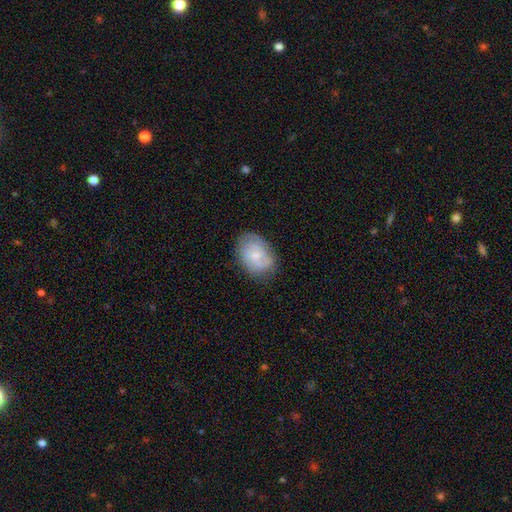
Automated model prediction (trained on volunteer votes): Smooth or featured?
  - featured or disk: 55% *
  - smooth: 37%
  - star or artifact: 8%
Edge-on disk?
  - no: 97% *
  - yes: 3%
Bar?
  - no: 73% *
  - weak: 24%
  - strong: 3%
Spiral arms?
  - yes: 79% *
  - no: 21%
Bulge size?
  - small: 69% *
  - moderate: 26%
  - none: 3%
  - large: 1%
  - dominant: 1%
Merging?
  - none: 72% *
  - minor disturbance: 20%
  - major disturbance: 6%
  - merger: 1%